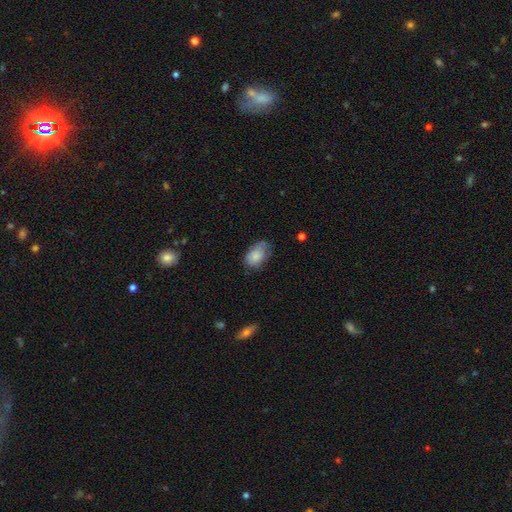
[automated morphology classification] This is likely a smooth galaxy (78%). How rounded: clearly in between (89%). Merging: possibly none (52%).